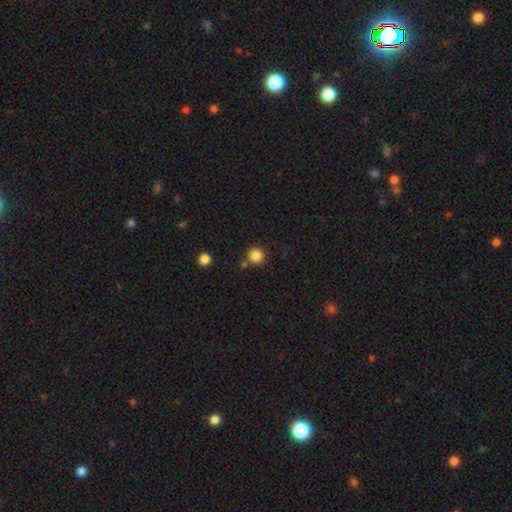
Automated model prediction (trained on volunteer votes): Smooth or featured?
  - smooth: 84% *
  - star or artifact: 12%
  - featured or disk: 4%
How rounded?
  - round: 95% *
  - in between: 4%
  - cigar-shaped: 1%
Merging?
  - none: 80% *
  - merger: 10%
  - minor disturbance: 8%
  - major disturbance: 3%